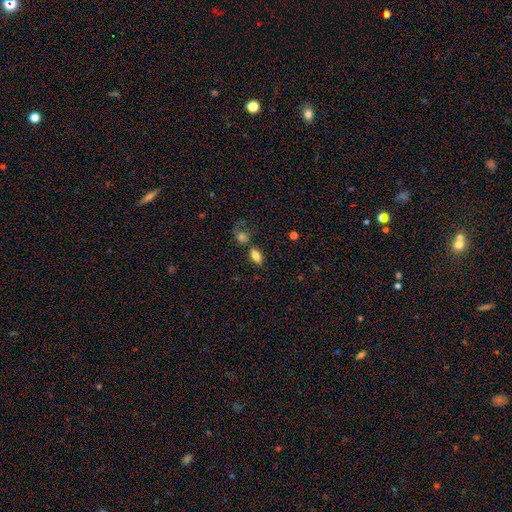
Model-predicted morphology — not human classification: Overall: smooth (81%). How rounded: in between (87%). Merging: none (68%).